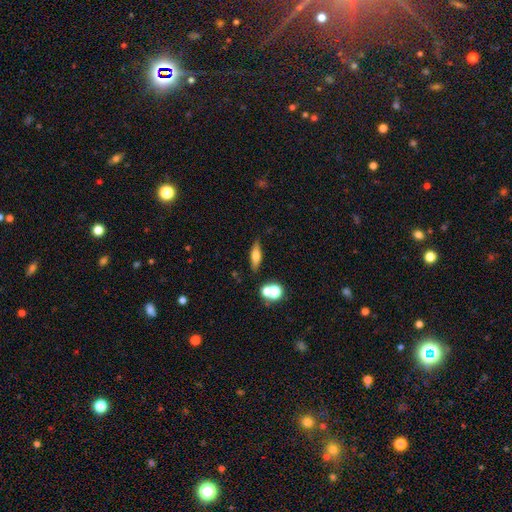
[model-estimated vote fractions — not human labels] A smooth galaxy with no disk features (51%) that is cigar-shaped (48%).

Vote fractions:
- Smooth or featured? smooth: 51% / featured or disk: 38% / star or artifact: 10%
- How rounded? cigar-shaped: 48% / in between: 46% / round: 6%
- Merging? none: 77% / minor disturbance: 13% / merger: 7% / major disturbance: 4%